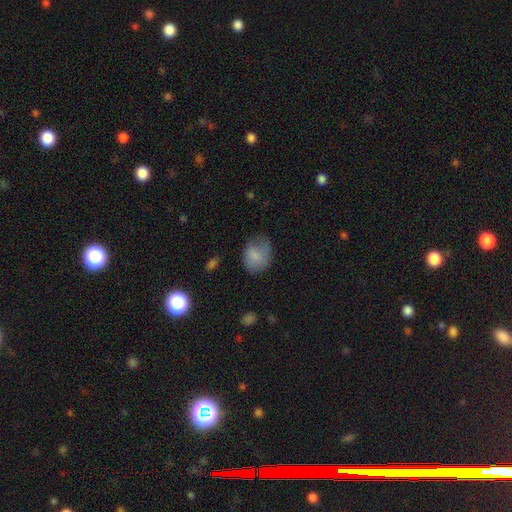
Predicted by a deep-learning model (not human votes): Smooth or featured: smooth — 80% (featured or disk — 11%)
How rounded: in between — 52% (round — 47%)
Merging: none — 53% (minor disturbance — 32%)